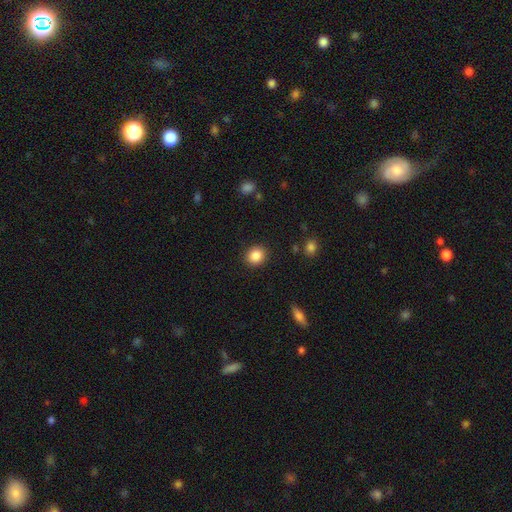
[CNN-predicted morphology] A smooth galaxy with no disk features (86%) that is round (78%).

Vote fractions:
- Smooth or featured? smooth: 86% / star or artifact: 9% / featured or disk: 4%
- How rounded? round: 78% / in between: 21% / cigar-shaped: 1%
- Merging? none: 90% / minor disturbance: 6% / major disturbance: 2% / merger: 1%